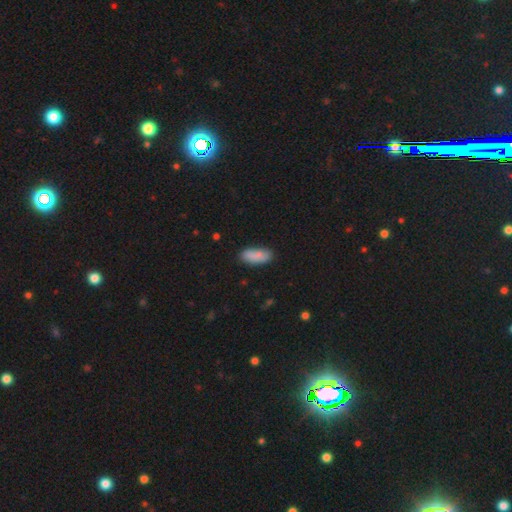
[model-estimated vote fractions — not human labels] Smooth or featured?
  - smooth: 85% *
  - featured or disk: 9%
  - star or artifact: 7%
How rounded?
  - in between: 84% *
  - cigar-shaped: 14%
  - round: 2%
Merging?
  - none: 79% *
  - minor disturbance: 16%
  - major disturbance: 3%
  - merger: 3%